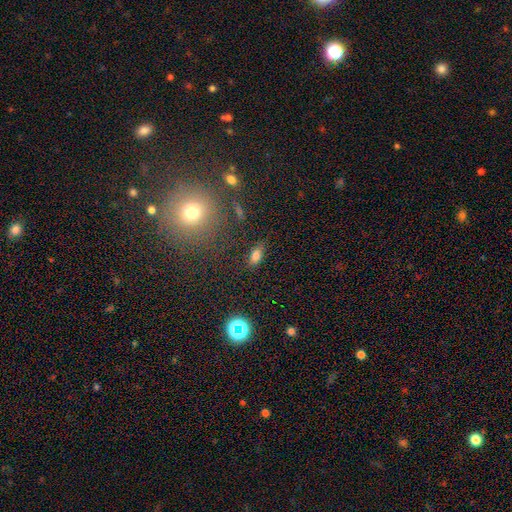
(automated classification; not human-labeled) The model was most divided on "smooth or featured": smooth: 77%, star or artifact: 14%, featured or disk: 9%. More confident: how rounded — in between (86%); merging — none (82%).